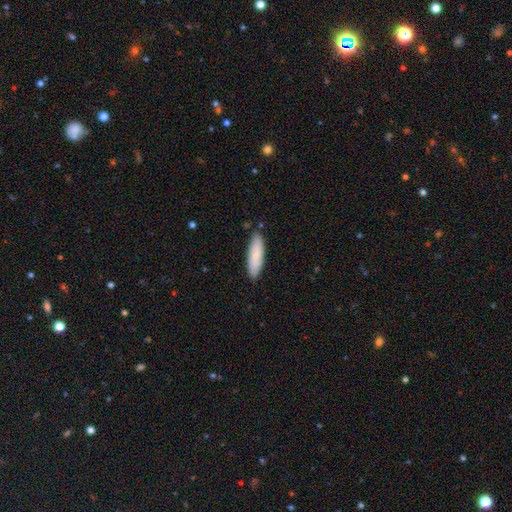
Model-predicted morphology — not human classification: Smooth or featured? Predicted: smooth (p=0.81). How rounded? Predicted: cigar-shaped (p=0.57). Merging? Predicted: none (p=0.86).